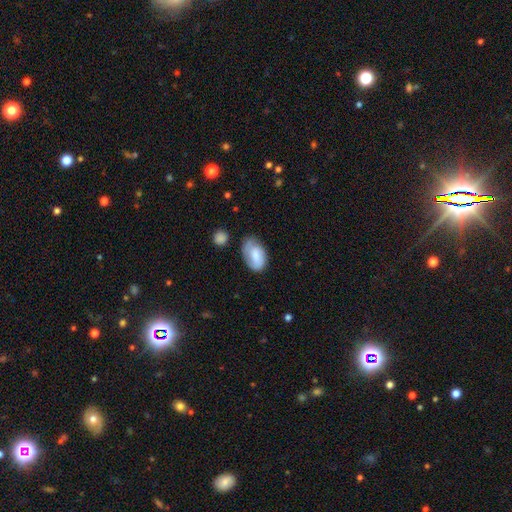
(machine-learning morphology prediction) Overall: smooth (68%). How rounded: in between (91%). Merging: none (51%; minor disturbance 33%).